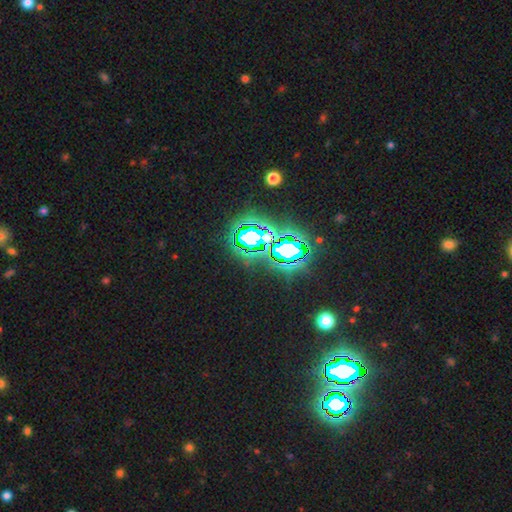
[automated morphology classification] The model was most divided on "smooth or featured": star or artifact: 79%, smooth: 15%, featured or disk: 7%.